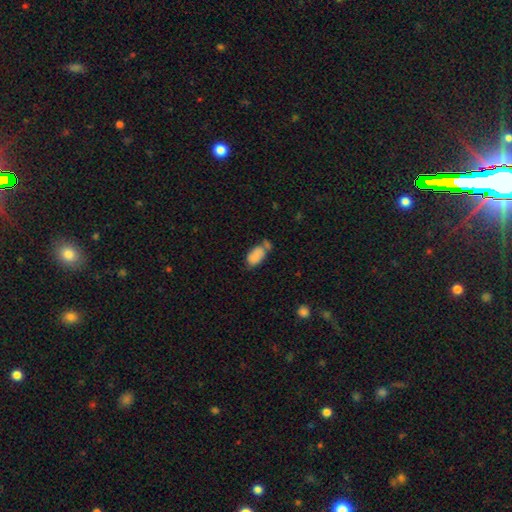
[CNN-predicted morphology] Smooth or featured? Predicted: smooth (p=0.82). How rounded? Predicted: in between (p=0.94). Merging? Predicted: none (p=0.38).